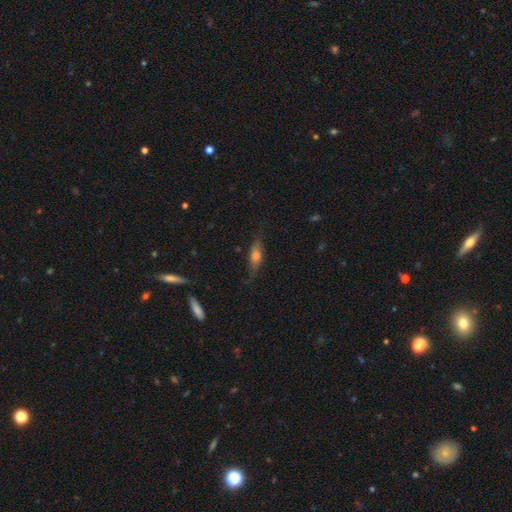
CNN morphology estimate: Smooth or featured? Predicted: smooth (p=0.51). How rounded? Predicted: in between (p=0.48, tied with cigar-shaped). Merging? Predicted: none (p=0.75).